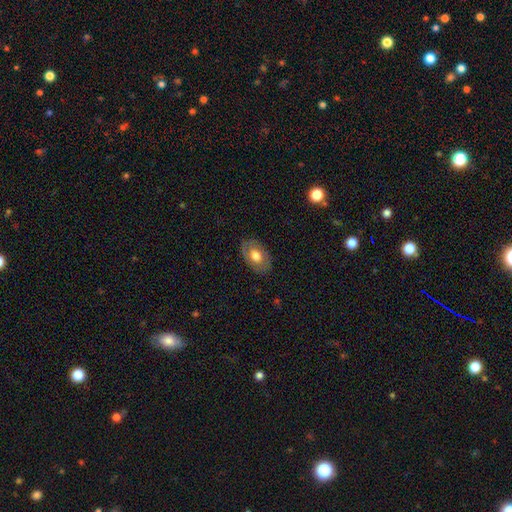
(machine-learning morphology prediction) smooth 57%, featured or disk 36%, star or artifact 7%. Down the decision tree: how rounded — in between (86%); merging — none (82%).